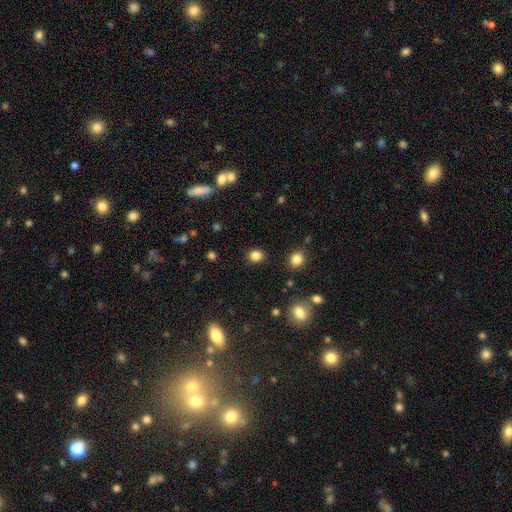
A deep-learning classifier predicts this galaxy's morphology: Smooth or featured? smooth (84%)
How rounded? round (69%)
Merging? none (89%)